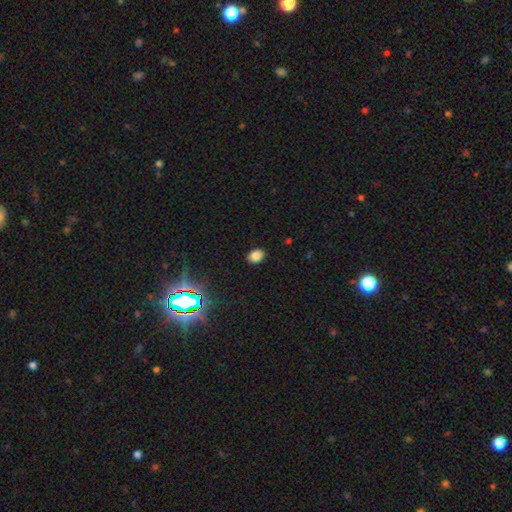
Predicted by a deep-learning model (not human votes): smooth-or-featured: smooth: 82% | star or artifact: 14% | featured or disk: 5%
  how-rounded: in between: 68% | round: 31% | cigar-shaped: 1%
  merging: none: 89% | minor disturbance: 8% | major disturbance: 2% | merger: 1%